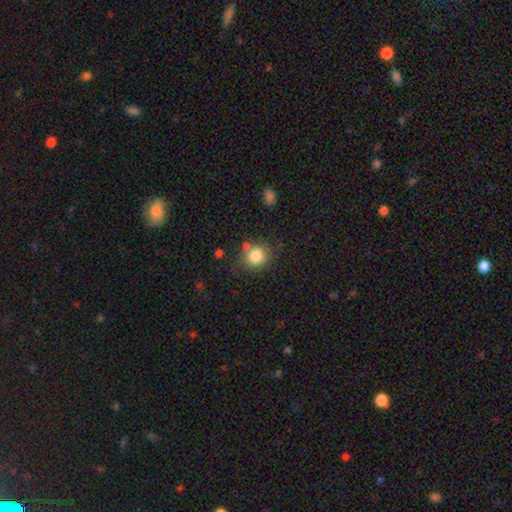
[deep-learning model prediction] A smooth galaxy with no disk features (82%) that is round (78%). Merging: none (72%).